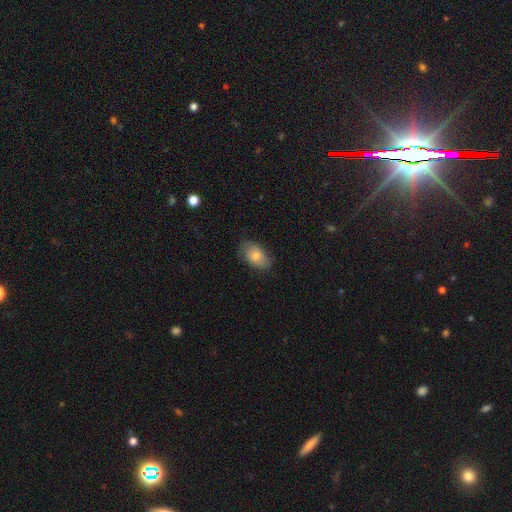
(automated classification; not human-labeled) Smooth or featured: smooth — 77% (featured or disk — 16%)
How rounded: in between — 90% (round — 8%)
Merging: none — 72% (minor disturbance — 22%)